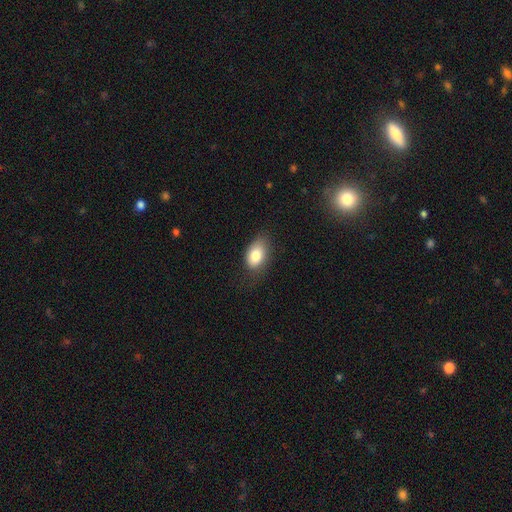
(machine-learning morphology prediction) smooth-or-featured: smooth: 81% | featured or disk: 11% | star or artifact: 8%
  how-rounded: in between: 89% | round: 9% | cigar-shaped: 2%
  merging: none: 61% | minor disturbance: 28% | major disturbance: 9% | merger: 1%